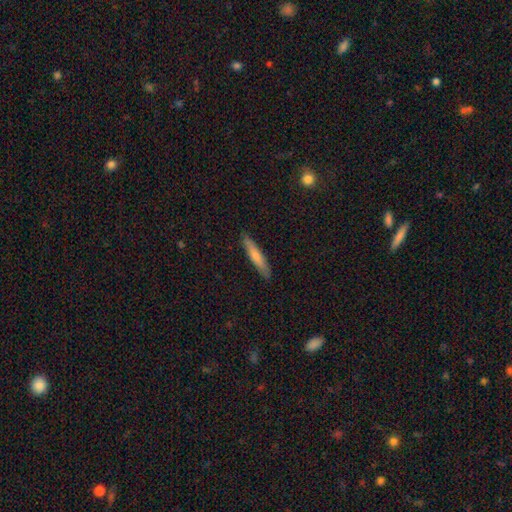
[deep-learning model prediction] This appears to be a smooth galaxy with no disk features (69%) that is cigar-shaped (90%). Merging: none (89%).